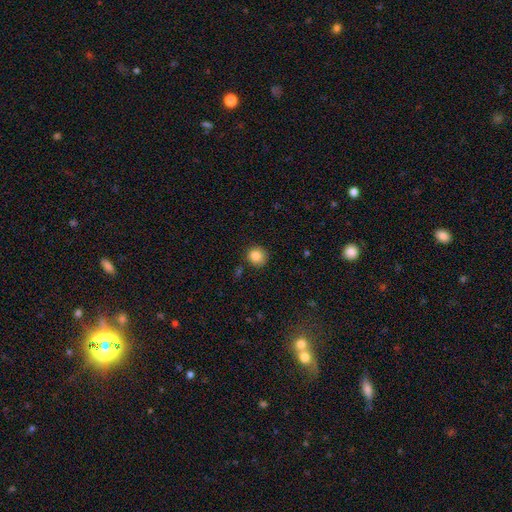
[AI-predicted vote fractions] Smooth or featured?
  - smooth: 85% *
  - star or artifact: 10%
  - featured or disk: 5%
How rounded?
  - round: 88% *
  - in between: 11%
  - cigar-shaped: 1%
Merging?
  - none: 80% *
  - minor disturbance: 14%
  - major disturbance: 3%
  - merger: 3%